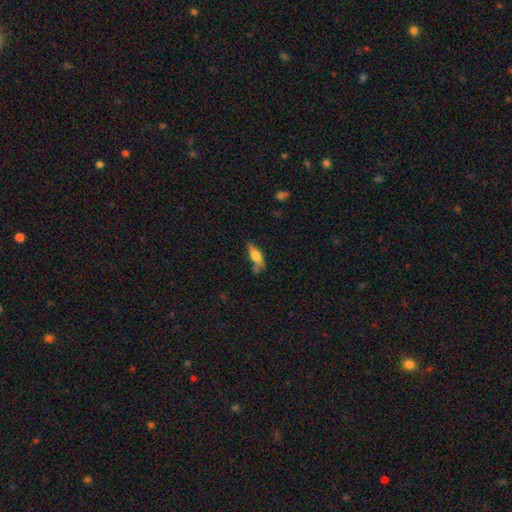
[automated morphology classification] smooth-or-featured: smooth: 66% | featured or disk: 27% | star or artifact: 7%
  how-rounded: in between: 61% | cigar-shaped: 36% | round: 3%
  merging: none: 57% | minor disturbance: 25% | merger: 10% | major disturbance: 8%